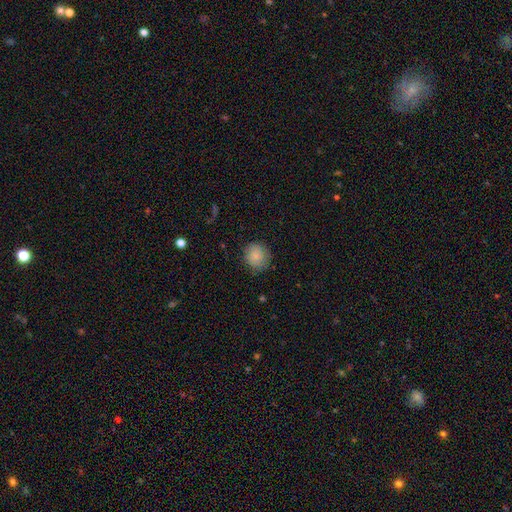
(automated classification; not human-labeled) Smooth or featured? Predicted: smooth (p=0.84). How rounded? Predicted: round (p=0.87). Merging? Predicted: none (p=0.82).